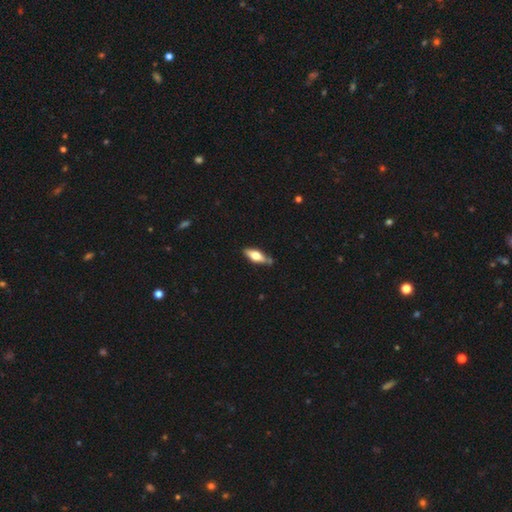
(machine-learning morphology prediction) type=smooth (52%); roundness=in between (59%); merging=none (76%).